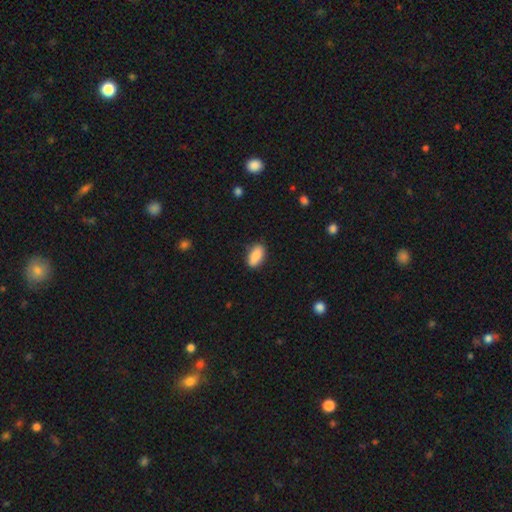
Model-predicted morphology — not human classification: The model was most divided on "merging": none: 83%, minor disturbance: 13%, major disturbance: 3%, merger: 1%. More confident: how rounded — in between (90%); smooth or featured — smooth (88%).